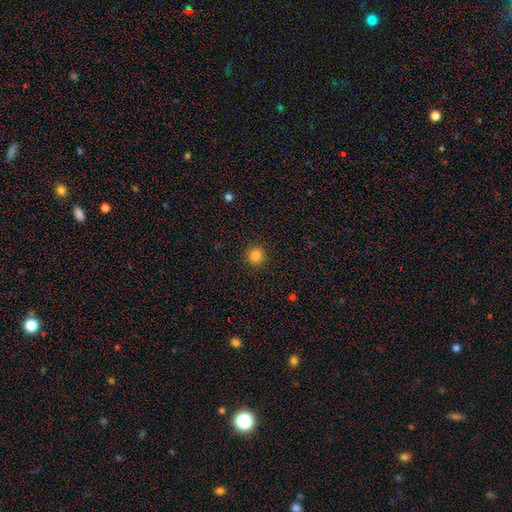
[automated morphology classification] Overall: smooth (84%). How rounded: round (93%). Merging: none (91%).